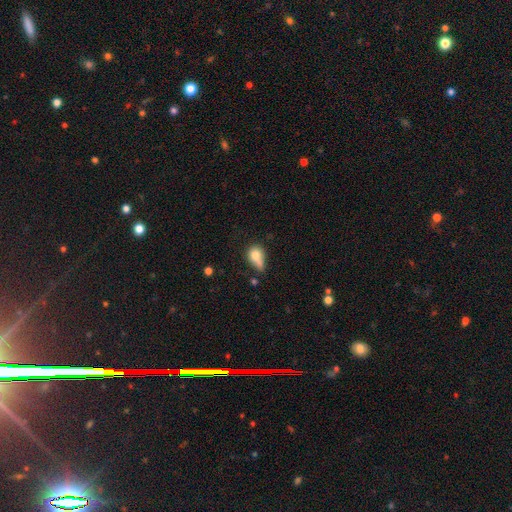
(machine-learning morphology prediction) The model was most divided on "merging": none: 31%, minor disturbance: 28%, merger: 23%, major disturbance: 19%. More confident: smooth or featured — smooth (74%); how rounded — in between (54%).